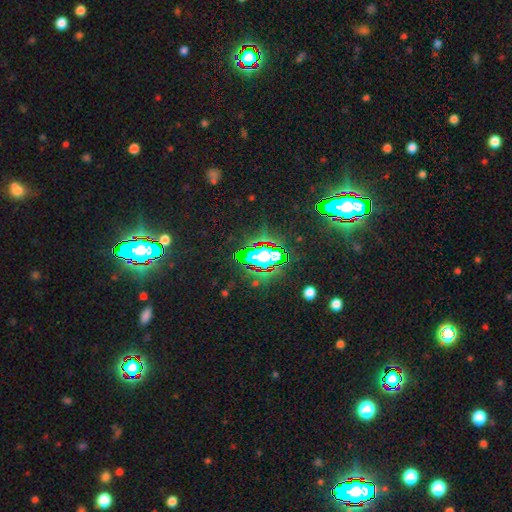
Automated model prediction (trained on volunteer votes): Smooth or featured: star or artifact — 77% (smooth — 13%)